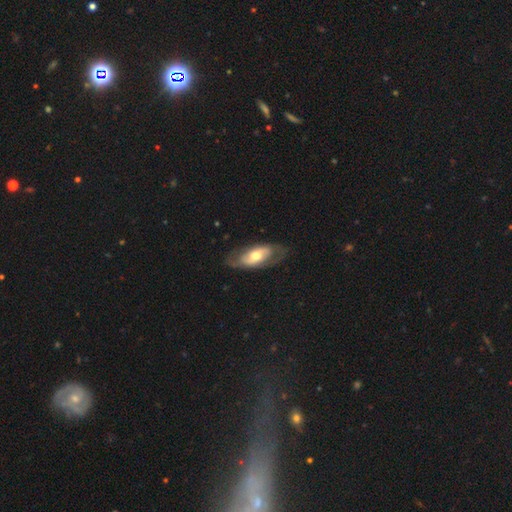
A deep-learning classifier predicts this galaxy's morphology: Smooth or featured?
  - featured or disk: 57% *
  - smooth: 38%
  - star or artifact: 5%
Edge-on disk?
  - no: 85% *
  - yes: 15%
Merging?
  - none: 71% *
  - minor disturbance: 18%
  - major disturbance: 9%
  - merger: 1%